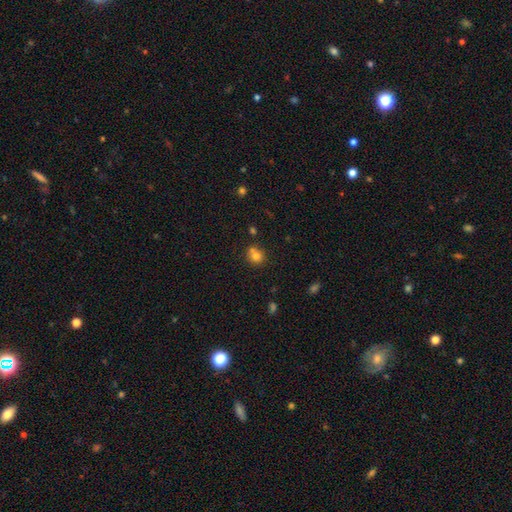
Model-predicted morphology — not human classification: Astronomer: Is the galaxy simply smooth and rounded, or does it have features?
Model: smooth — 75%.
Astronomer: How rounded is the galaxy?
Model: round — 82%.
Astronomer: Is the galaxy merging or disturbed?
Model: none — 51% (runner-up: merger, 37%).